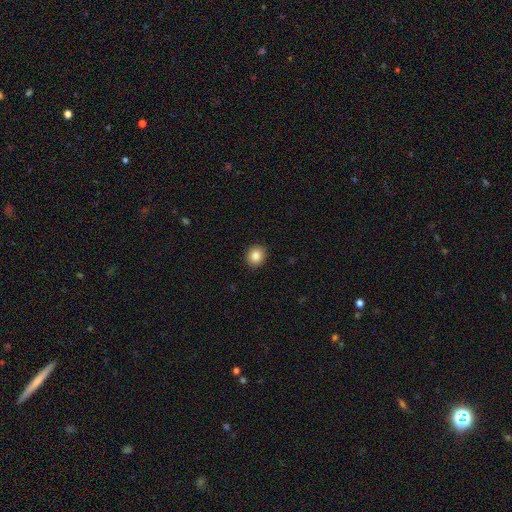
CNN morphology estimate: This appears to be a smooth galaxy with no disk features (85%) that is round (79%). Merging: none (92%).